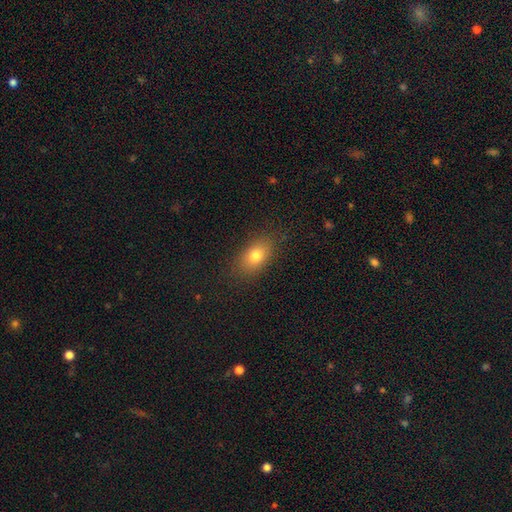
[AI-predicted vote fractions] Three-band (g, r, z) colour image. It shows a smooth galaxy with no disk features (77%) that is in between round and cigar-shaped (81%). Merging: none (85%).